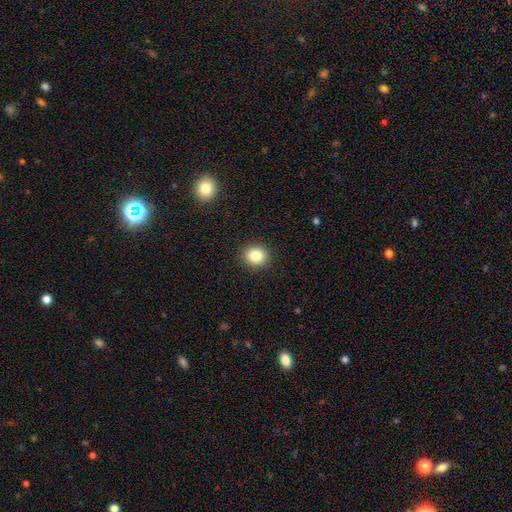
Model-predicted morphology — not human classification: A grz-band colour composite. It shows a smooth galaxy with no disk features (83%) that is round (81%). Merging: none (91%).